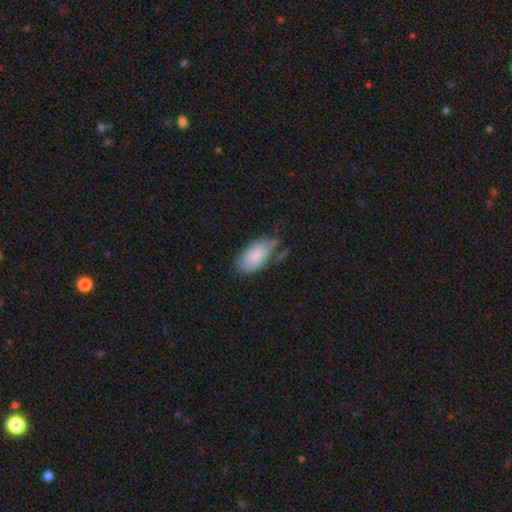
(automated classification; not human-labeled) Q: Smooth or featured?
A: smooth (82%); runner-up: featured or disk (12%)
Q: How rounded?
A: in between (94%); runner-up: round (3%)
Q: Merging?
A: none (53%); runner-up: minor disturbance (31%)